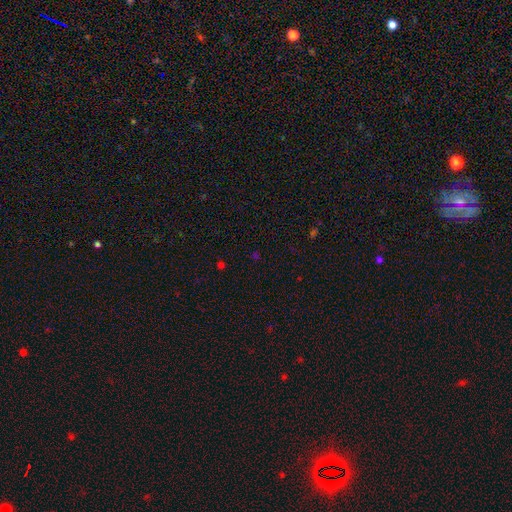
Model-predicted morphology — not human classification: Smooth or featured? star or artifact (59%)